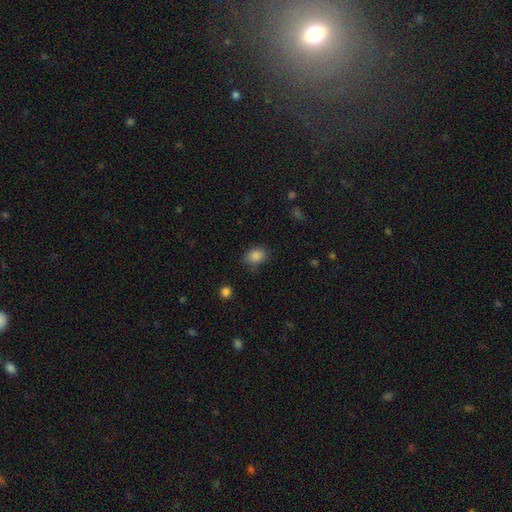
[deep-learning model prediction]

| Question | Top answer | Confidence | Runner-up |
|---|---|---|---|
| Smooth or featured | smooth | 86% | star or artifact (10%) |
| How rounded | in between | 65% | round (34%) |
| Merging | none | 76% | minor disturbance (18%) |